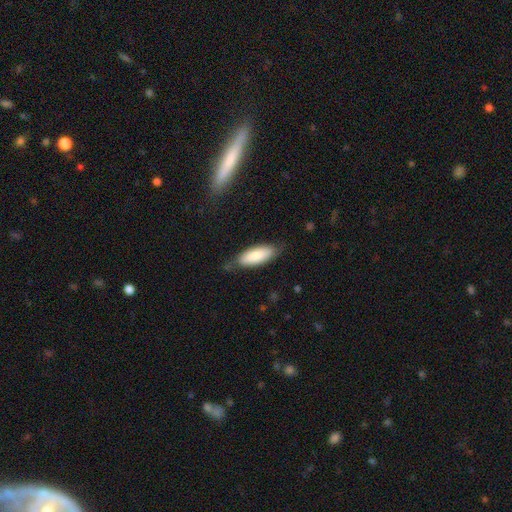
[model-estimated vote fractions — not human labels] Smooth or featured? Predicted: smooth (p=0.84). How rounded? Predicted: in between (p=0.75). Merging? Predicted: none (p=0.70).